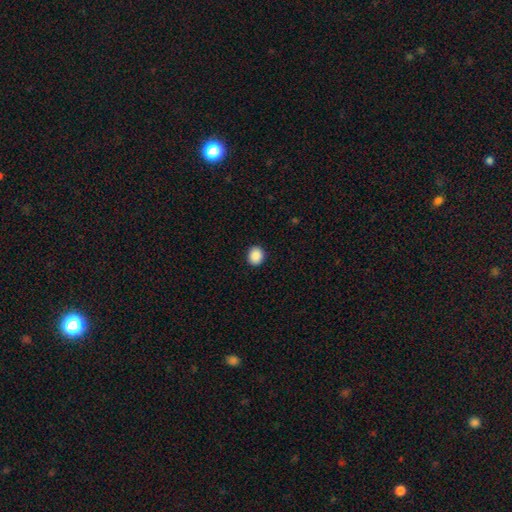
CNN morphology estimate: smooth 89%, star or artifact 8%, featured or disk 2%. Down the decision tree: how rounded — round (79%); merging — none (92%).